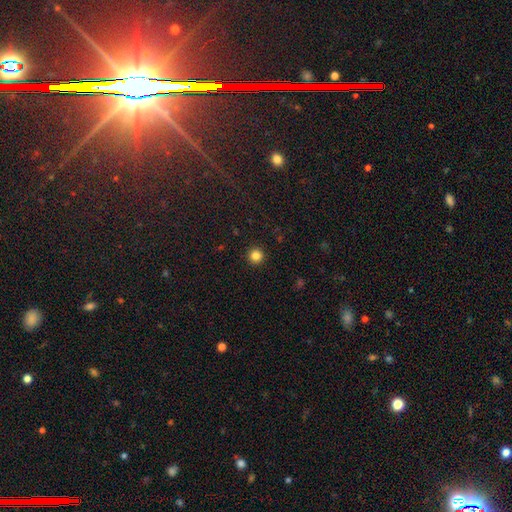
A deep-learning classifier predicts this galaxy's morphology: Overall: smooth (84%). How rounded: round (96%). Merging: none (93%).